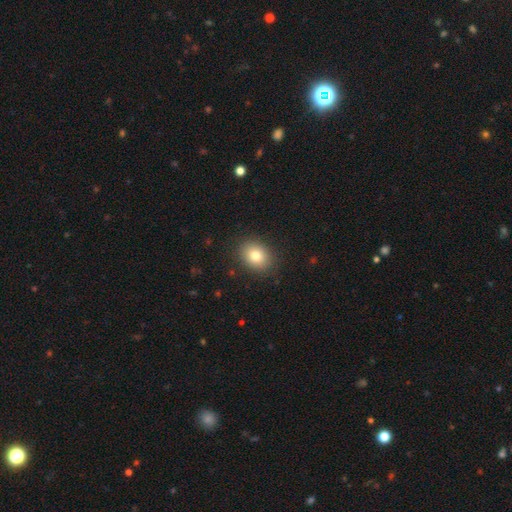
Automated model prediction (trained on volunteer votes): Q: Smooth or featured?
A: smooth (81%); runner-up: star or artifact (10%)
Q: How rounded?
A: in between (51%); runner-up: round (48%)
Q: Merging?
A: none (88%); runner-up: minor disturbance (8%)